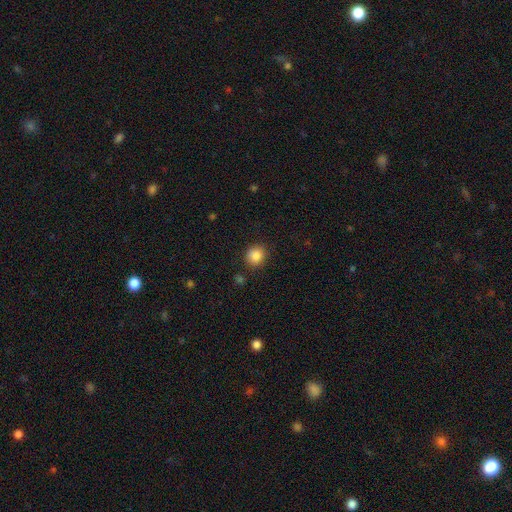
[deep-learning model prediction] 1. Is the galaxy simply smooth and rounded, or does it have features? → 86% smooth, 10% star or artifact, 4% featured or disk.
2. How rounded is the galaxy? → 83% round, 16% in between, 1% cigar-shaped.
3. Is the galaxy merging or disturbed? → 86% none, 9% minor disturbance, 3% major disturbance, 2% merger.